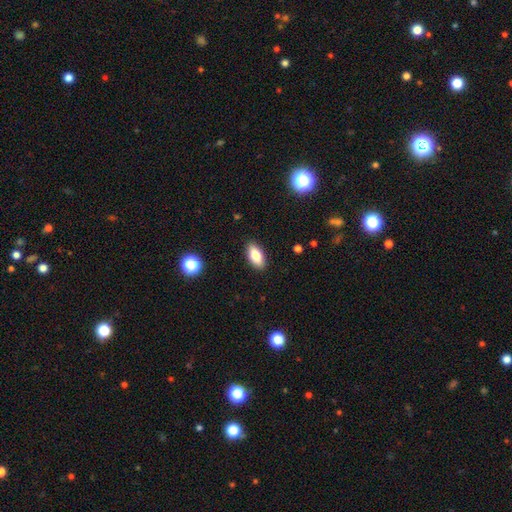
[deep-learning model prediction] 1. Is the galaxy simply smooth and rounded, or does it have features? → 78% smooth, 14% featured or disk, 8% star or artifact.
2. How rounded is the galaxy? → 88% in between, 9% cigar-shaped, 4% round.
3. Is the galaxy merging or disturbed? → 89% none, 8% minor disturbance, 2% major disturbance, 1% merger.